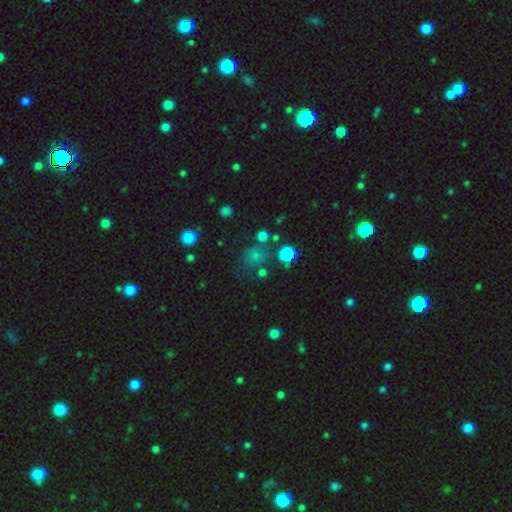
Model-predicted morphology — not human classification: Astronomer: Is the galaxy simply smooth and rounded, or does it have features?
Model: smooth — 65%.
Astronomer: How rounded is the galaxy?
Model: round — 79%.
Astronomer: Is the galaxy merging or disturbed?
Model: none — 64%.